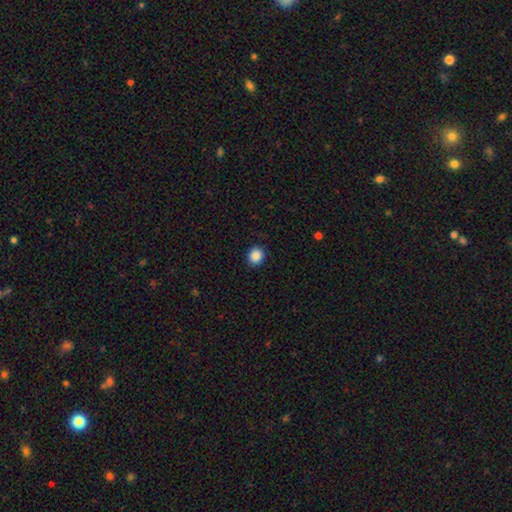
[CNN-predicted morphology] smooth 89%, star or artifact 9%, featured or disk 3%. Down the decision tree: how rounded — round (80%); merging — none (90%).